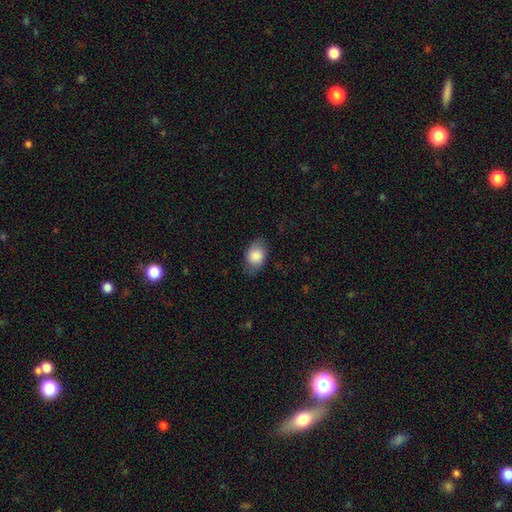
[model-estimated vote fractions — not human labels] This appears to be a smooth galaxy with no disk features (83%) that is in between round and cigar-shaped (83%). Merging: none (76%).